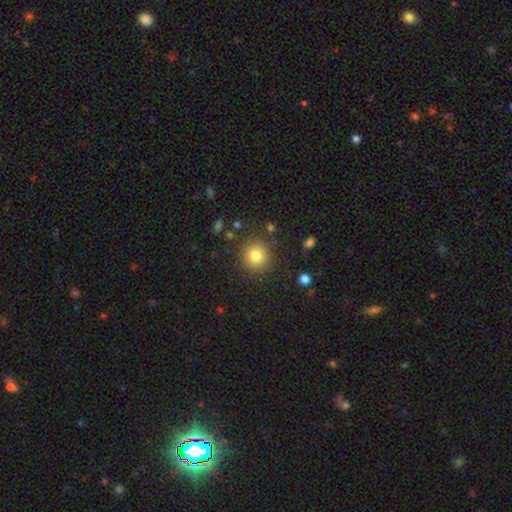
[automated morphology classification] Smooth or featured: smooth — 81% (star or artifact — 12%)
How rounded: round — 91% (in between — 8%)
Merging: none — 87% (minor disturbance — 8%)